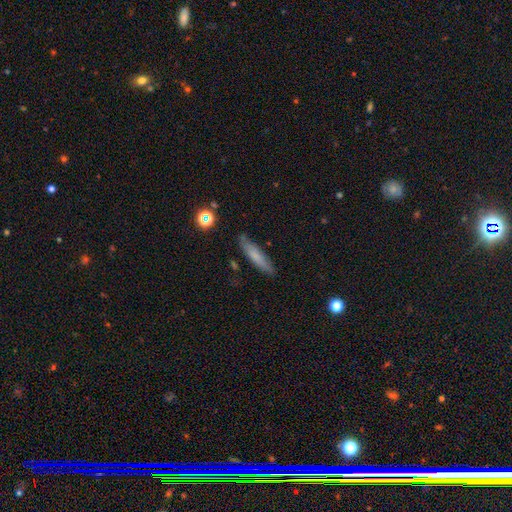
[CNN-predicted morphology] Smooth or featured? Predicted: smooth (p=0.69). How rounded? Predicted: cigar-shaped (p=0.83). Merging? Predicted: none (p=0.82).